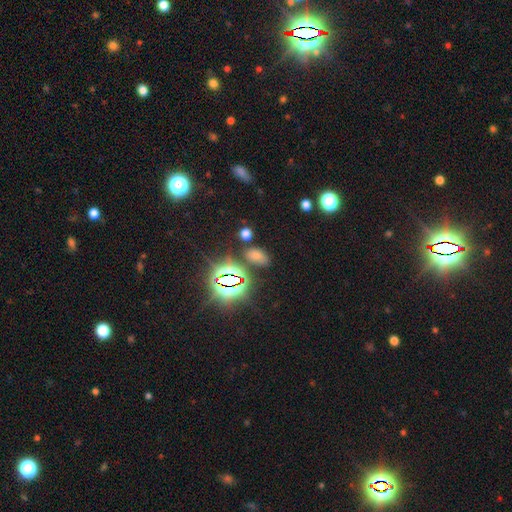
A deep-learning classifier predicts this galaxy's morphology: Smooth or featured? smooth (51%)
How rounded? in between (87%)
Merging? none (77%)